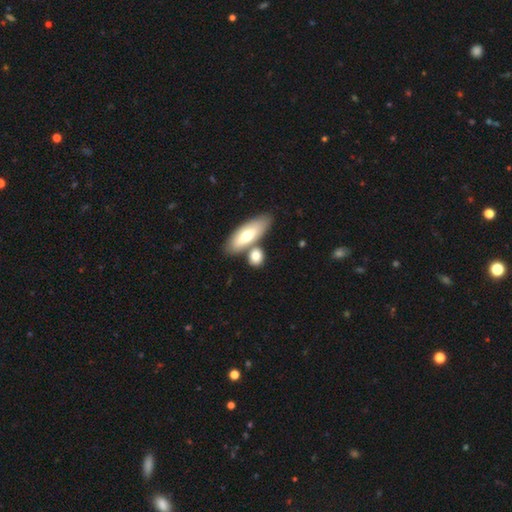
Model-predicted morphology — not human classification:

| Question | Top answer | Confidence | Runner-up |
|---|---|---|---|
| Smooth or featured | smooth | 72% | featured or disk (23%) |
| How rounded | in between | 56% | round (23%) |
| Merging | none | 55% | merger (30%) |